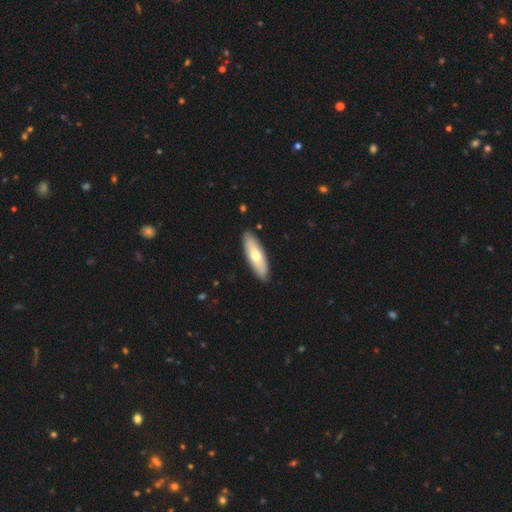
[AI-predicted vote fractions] A smooth galaxy with no disk features (61%) that is in between round and cigar-shaped (55%).

Vote fractions:
- Smooth or featured? smooth: 61% / featured or disk: 34% / star or artifact: 5%
- How rounded? in between: 55% / cigar-shaped: 43% / round: 2%
- Merging? none: 87% / minor disturbance: 10% / major disturbance: 2% / merger: 1%